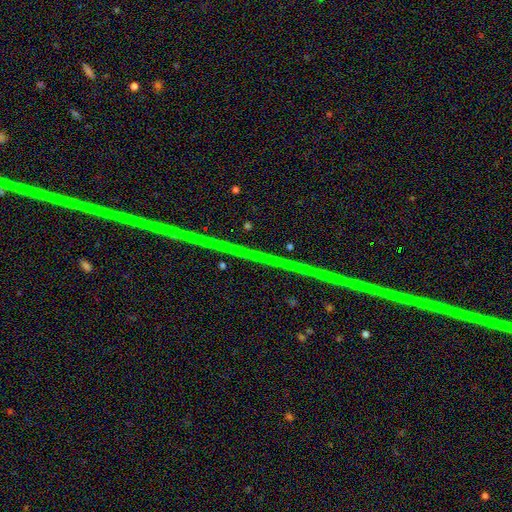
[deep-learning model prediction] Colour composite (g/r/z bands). It shows a star or artifact, not a galaxy (79%).